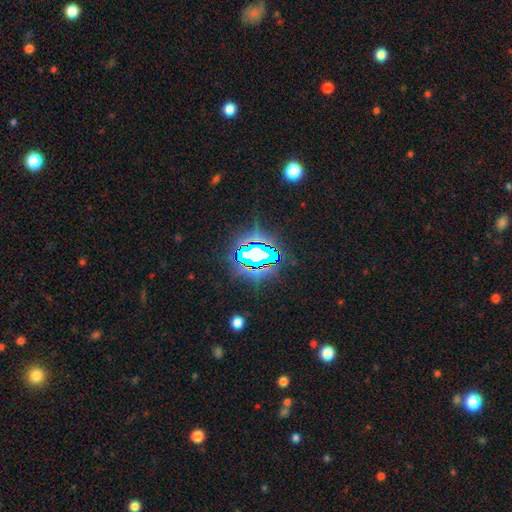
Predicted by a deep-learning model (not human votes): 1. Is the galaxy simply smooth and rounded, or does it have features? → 71% star or artifact, 15% smooth, 14% featured or disk.